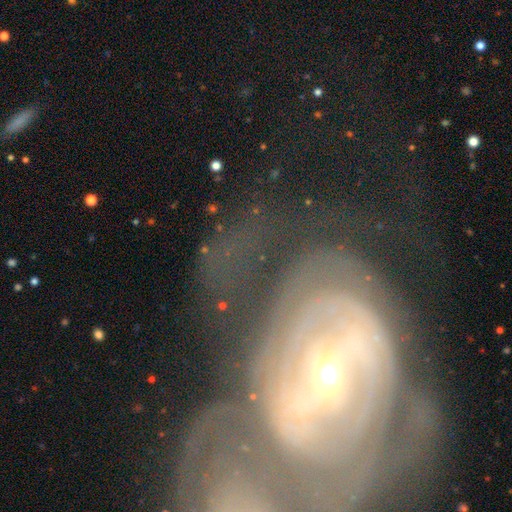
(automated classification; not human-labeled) Morphology: type=featured or disk (78%); edge-on=no (95%); bar=weak (36%, tied with no); spiral arms=yes (79%); winding=tight (68%); arm count=can't tell (49%); bulge=small (54%); merging=none (41%).